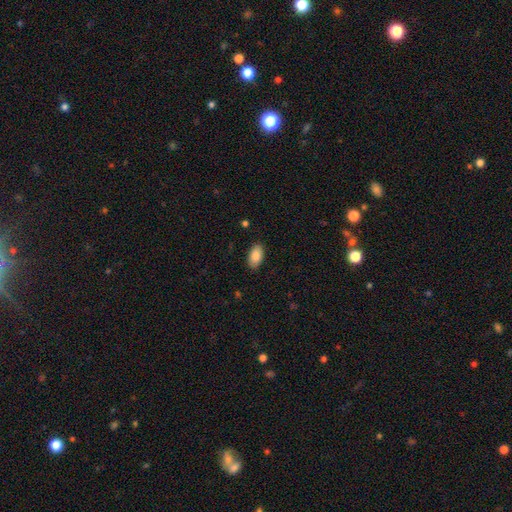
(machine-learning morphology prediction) Smooth or featured?
  - smooth: 87% *
  - star or artifact: 7%
  - featured or disk: 6%
How rounded?
  - in between: 95% *
  - round: 3%
  - cigar-shaped: 2%
Merging?
  - none: 89% *
  - minor disturbance: 8%
  - major disturbance: 2%
  - merger: 1%